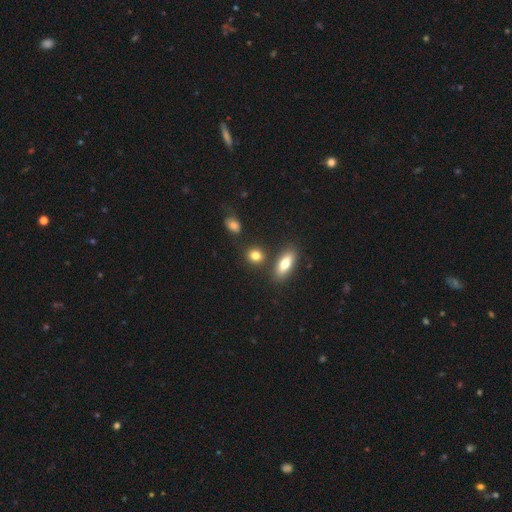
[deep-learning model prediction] This is clearly a smooth galaxy (82%). How rounded: possibly round (53%). Merging: likely none (78%).